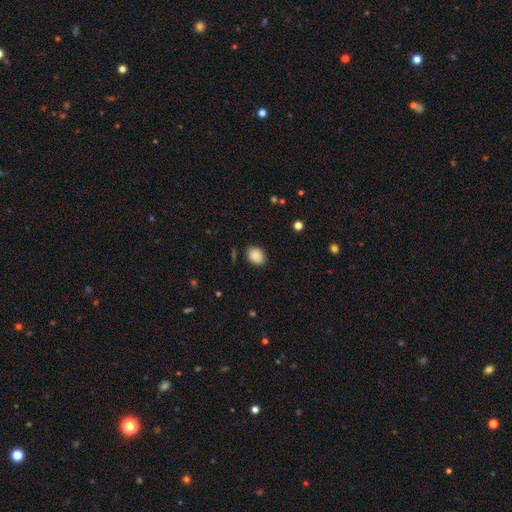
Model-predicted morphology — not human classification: Smooth or featured?
  - smooth: 88% *
  - star or artifact: 8%
  - featured or disk: 4%
How rounded?
  - in between: 60% *
  - round: 39%
  - cigar-shaped: 1%
Merging?
  - none: 84% *
  - minor disturbance: 12%
  - major disturbance: 3%
  - merger: 1%